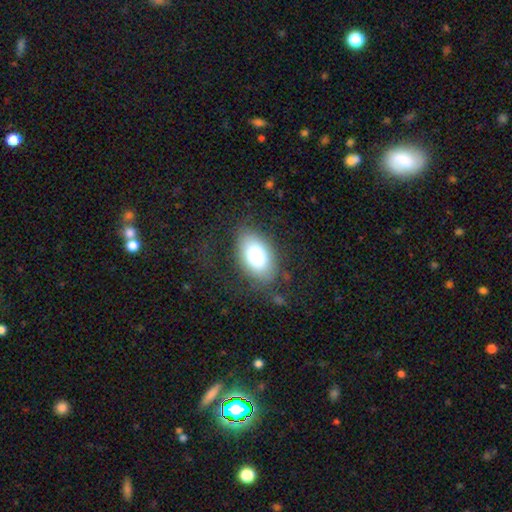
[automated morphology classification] smooth-or-featured: smooth: 77% | featured or disk: 15% | star or artifact: 8%
  how-rounded: in between: 90% | round: 9% | cigar-shaped: 1%
  merging: none: 73% | minor disturbance: 16% | major disturbance: 9% | merger: 1%